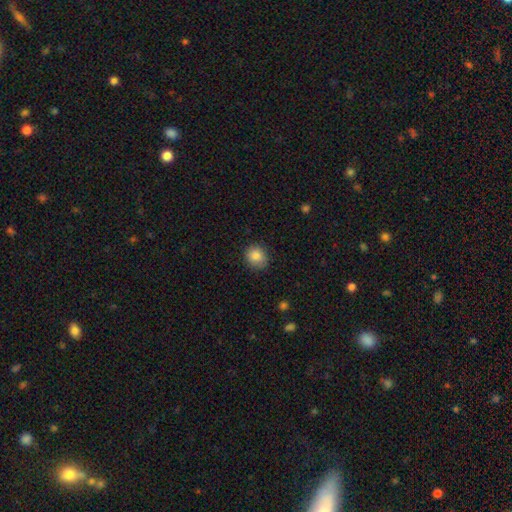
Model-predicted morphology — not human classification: A smooth galaxy with no disk features (86%) that is round (78%). Merging: none (84%).